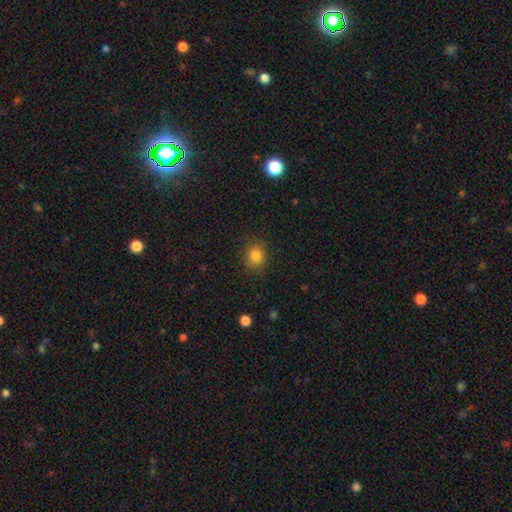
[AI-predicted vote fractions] The model was most divided on "how rounded": round: 70%, in between: 29%, cigar-shaped: 1%. More confident: merging — none (84%); smooth or featured — smooth (82%).